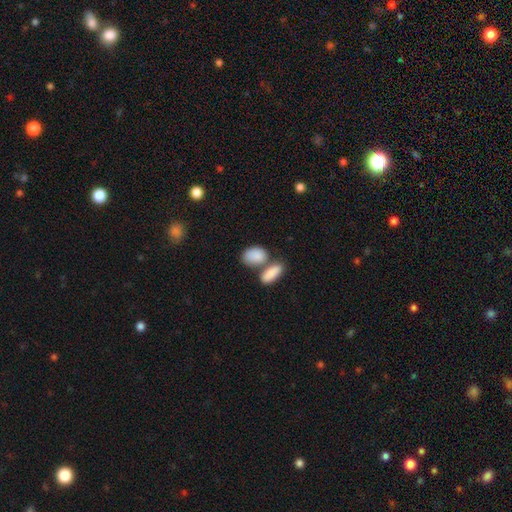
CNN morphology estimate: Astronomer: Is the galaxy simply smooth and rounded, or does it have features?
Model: smooth — 87%.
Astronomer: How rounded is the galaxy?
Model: in between — 88%.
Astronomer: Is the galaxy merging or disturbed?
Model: merger — 44% (runner-up: none, 39%).